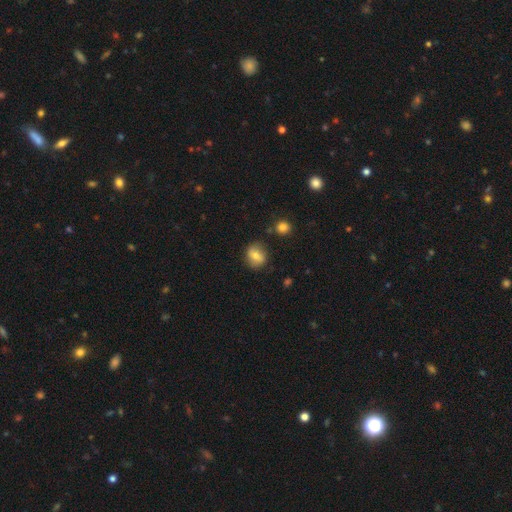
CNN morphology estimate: Smooth or featured: smooth — 69% (featured or disk — 22%)
How rounded: round — 61% (in between — 37%)
Merging: none — 81% (minor disturbance — 13%)